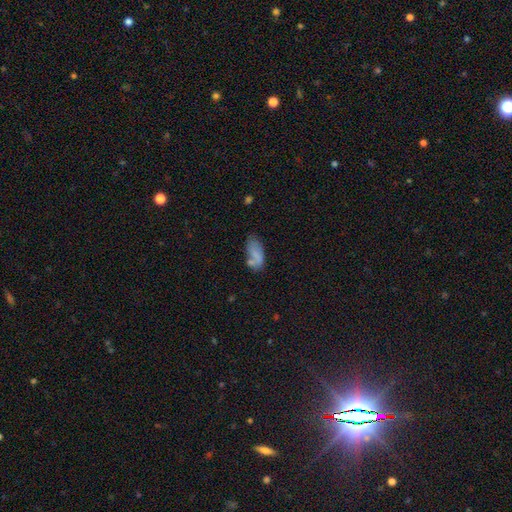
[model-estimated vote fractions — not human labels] smooth_or_featured: smooth (p=0.72) [alt: featured or disk p=0.19]
how_rounded: in between (p=0.88) [alt: cigar-shaped p=0.09]
merging: none (p=0.46) [alt: minor disturbance p=0.26]